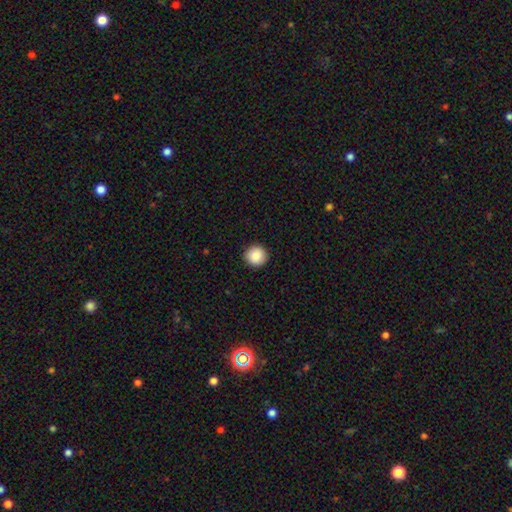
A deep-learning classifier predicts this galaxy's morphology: Overall: smooth (88%). How rounded: round (95%). Merging: none (93%).